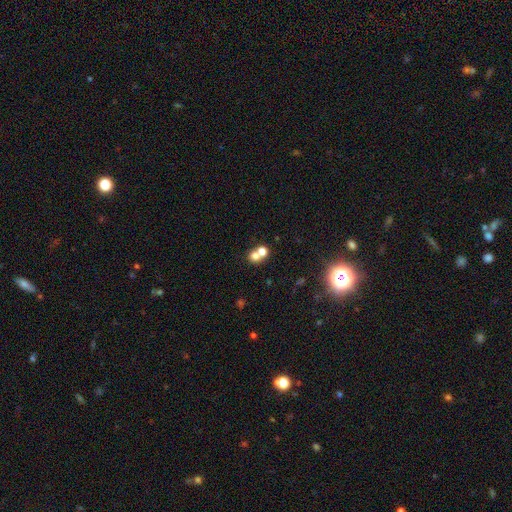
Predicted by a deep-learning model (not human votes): Morphology: type=smooth (70%); roundness=round (74%); merging=merger (55%).